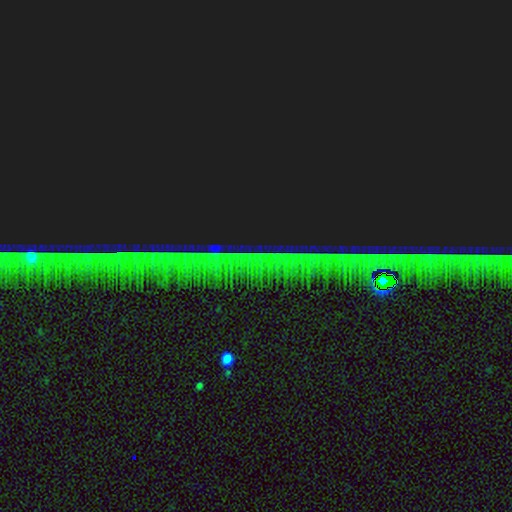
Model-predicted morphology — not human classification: The model was most divided on "smooth or featured": star or artifact: 85%, featured or disk: 8%, smooth: 7%.